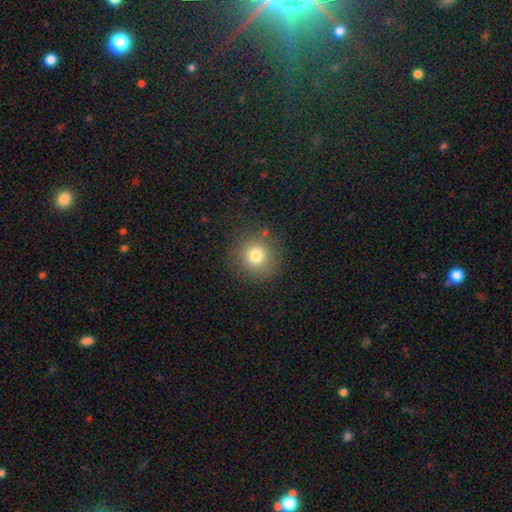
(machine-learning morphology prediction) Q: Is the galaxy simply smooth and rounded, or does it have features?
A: smooth — 79%.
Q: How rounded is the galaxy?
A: round — 93%.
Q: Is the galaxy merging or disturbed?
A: none — 87%.